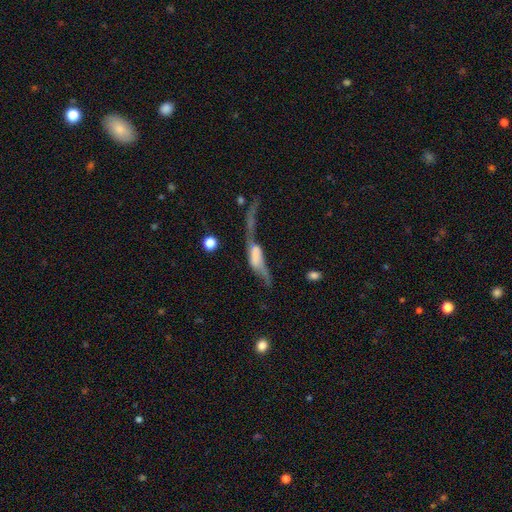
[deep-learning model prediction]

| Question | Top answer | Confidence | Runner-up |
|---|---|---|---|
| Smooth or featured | featured or disk | 58% | smooth (33%) |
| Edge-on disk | no | 65% | yes (35%) |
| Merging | major disturbance | 46% | merger (22%) |